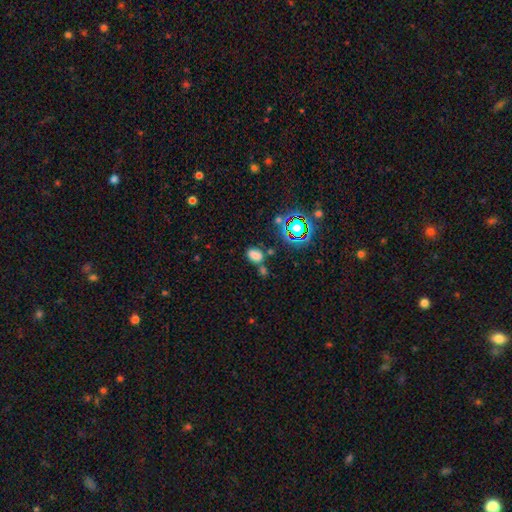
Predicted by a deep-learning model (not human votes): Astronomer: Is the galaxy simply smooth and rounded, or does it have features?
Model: smooth — 70%.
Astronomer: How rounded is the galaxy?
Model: in between — 80%.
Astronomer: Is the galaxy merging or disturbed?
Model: none — 61%.